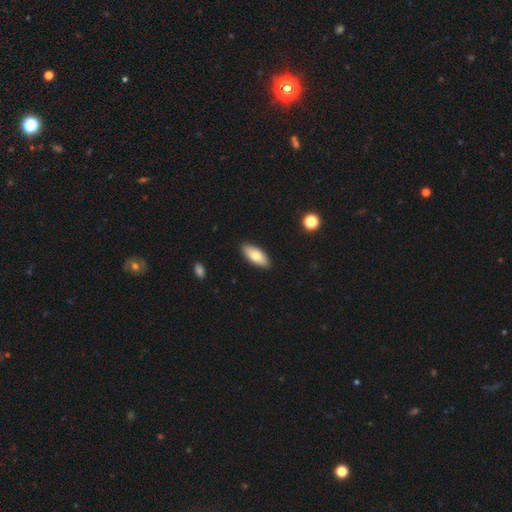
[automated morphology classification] A smooth galaxy with no disk features (73%) that is in between round and cigar-shaped (85%).

Vote fractions:
- Smooth or featured? smooth: 73% / featured or disk: 20% / star or artifact: 6%
- How rounded? in between: 85% / cigar-shaped: 12% / round: 2%
- Merging? none: 89% / minor disturbance: 8% / major disturbance: 2% / merger: 1%